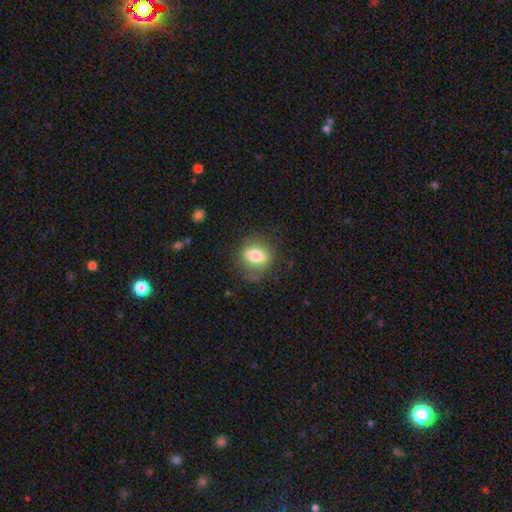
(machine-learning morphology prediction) Smooth or featured? smooth (74%)
How rounded? in between (53%)
Merging? none (73%)